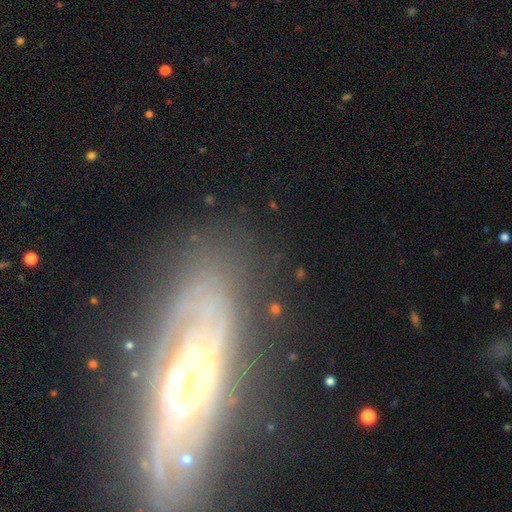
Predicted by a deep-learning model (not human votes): A featured or disk galaxy (72%) with no bar (64%), spiral arms (68%) and a moderate central bulge (36%).

Vote fractions:
- Smooth or featured? featured or disk: 72% / smooth: 15% / star or artifact: 13%
- Edge-on disk? no: 76% / yes: 24%
- Bar? no: 64% / weak: 21% / strong: 15%
- Spiral arms? yes: 68% / no: 32%
- Bulge size? moderate: 36% / large: 31% / small: 18% / none: 8% / dominant: 7%
- Merging? none: 66% / minor disturbance: 17% / major disturbance: 14% / merger: 3%